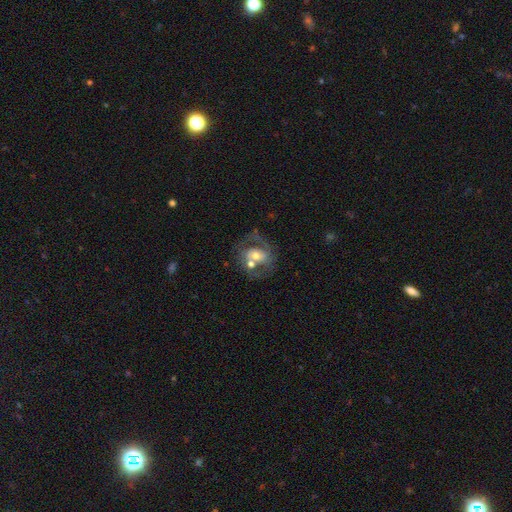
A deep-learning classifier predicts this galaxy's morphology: Smooth or featured?
  - featured or disk: 66% *
  - smooth: 27%
  - star or artifact: 8%
Edge-on disk?
  - no: 96% *
  - yes: 4%
Bar?
  - no: 57% *
  - weak: 29%
  - strong: 14%
Spiral arms?
  - yes: 64% *
  - no: 36%
Bulge size?
  - moderate: 61% *
  - small: 24%
  - large: 11%
  - none: 2%
  - dominant: 2%
Merging?
  - none: 44% *
  - merger: 28%
  - minor disturbance: 15%
  - major disturbance: 14%